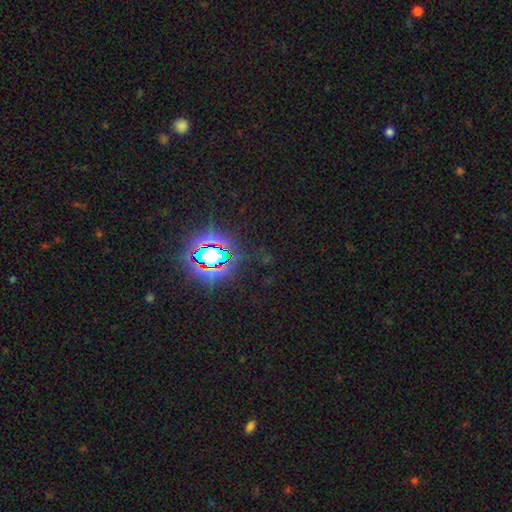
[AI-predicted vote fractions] smooth-or-featured: star or artifact: 82% | smooth: 11% | featured or disk: 7%